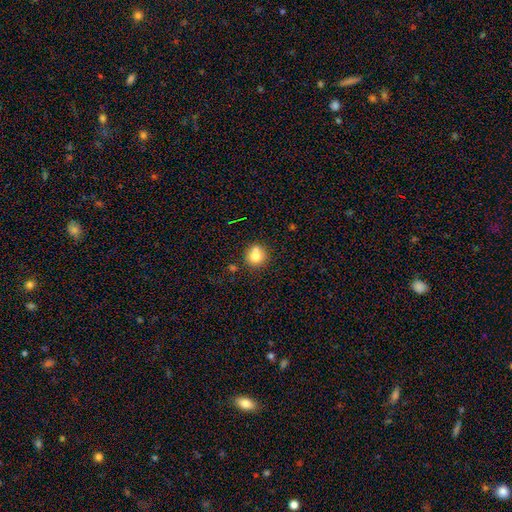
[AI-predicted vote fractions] Smooth or featured?
  - smooth: 78% *
  - featured or disk: 11%
  - star or artifact: 11%
How rounded?
  - round: 88% *
  - in between: 11%
  - cigar-shaped: 1%
Merging?
  - none: 70% *
  - minor disturbance: 15%
  - merger: 12%
  - major disturbance: 4%